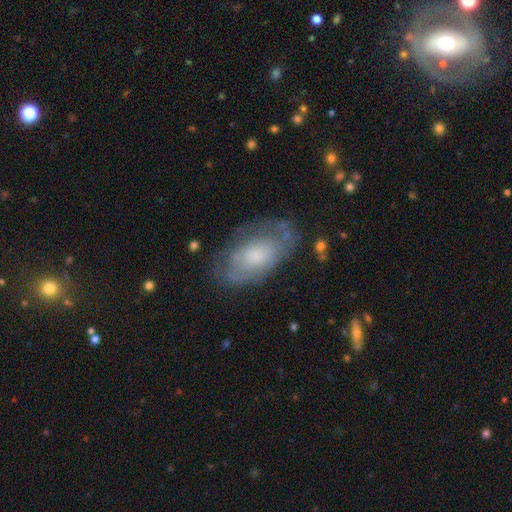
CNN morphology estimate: smooth_or_featured: featured or disk (p=0.52) [alt: smooth p=0.41]
disk_edge_on: no (p=0.92) [alt: yes p=0.08]
merging: none (p=0.64) [alt: minor disturbance p=0.23]